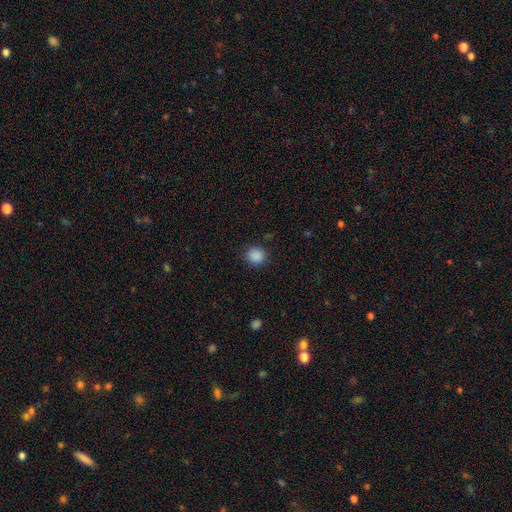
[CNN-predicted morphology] Smooth or featured?
  - smooth: 88% *
  - star or artifact: 10%
  - featured or disk: 2%
How rounded?
  - round: 87% *
  - in between: 12%
  - cigar-shaped: 1%
Merging?
  - none: 88% *
  - minor disturbance: 8%
  - major disturbance: 3%
  - merger: 1%